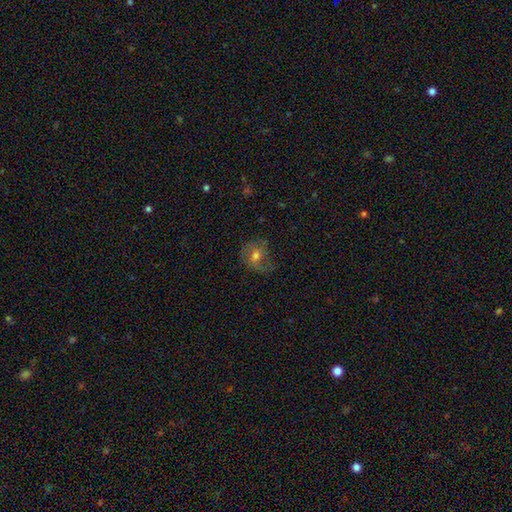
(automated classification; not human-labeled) A smooth galaxy with no disk features (47%).

Vote fractions:
- Smooth or featured? smooth: 47% / featured or disk: 41% / star or artifact: 12%
- Merging? none: 56% / minor disturbance: 25% / major disturbance: 16% / merger: 2%